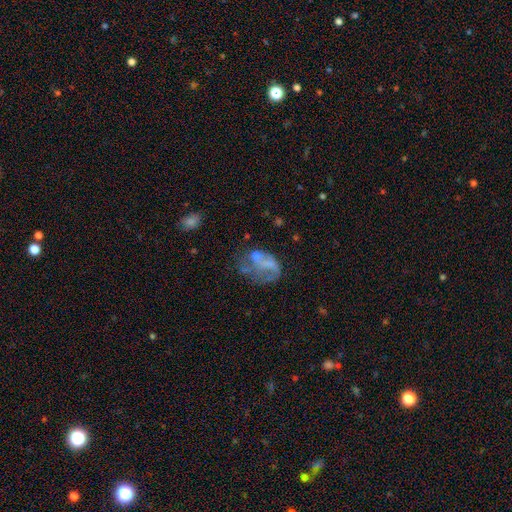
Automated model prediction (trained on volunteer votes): Smooth or featured? Predicted: featured or disk (p=0.51). Edge-on disk? Predicted: no (p=0.98). Bar? Predicted: no (p=0.79). Spiral arms? Predicted: no (p=0.76). Bulge size? Predicted: none (p=0.59). Merging? Predicted: major disturbance (p=0.36).